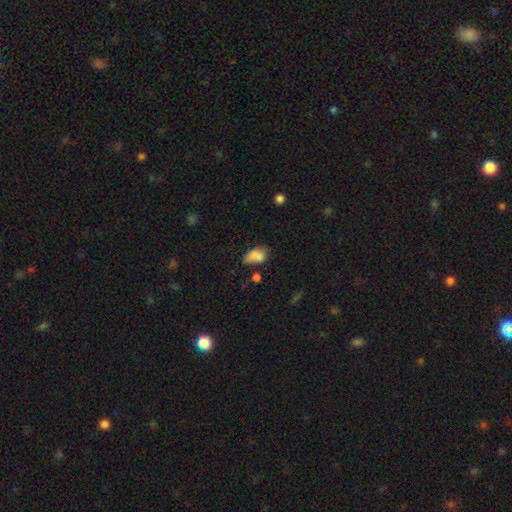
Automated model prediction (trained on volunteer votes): This is likely a smooth galaxy (79%). How rounded: clearly in between (87%). Merging: marginally none (41%).